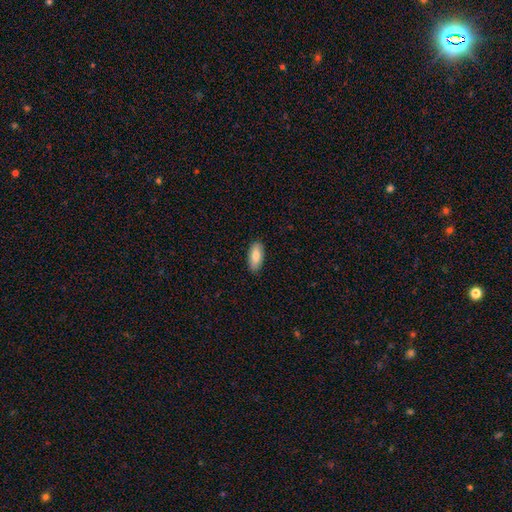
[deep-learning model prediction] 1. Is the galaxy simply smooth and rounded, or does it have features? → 81% smooth, 13% featured or disk, 6% star or artifact.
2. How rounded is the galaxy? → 84% in between, 14% cigar-shaped, 2% round.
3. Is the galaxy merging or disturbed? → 88% none, 9% minor disturbance, 2% major disturbance, 1% merger.